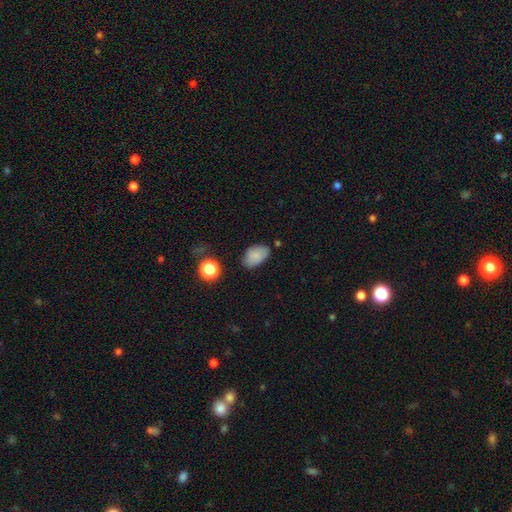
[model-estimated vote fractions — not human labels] A smooth galaxy with no disk features (83%) that is in between round and cigar-shaped (89%). Merging: none (70%).